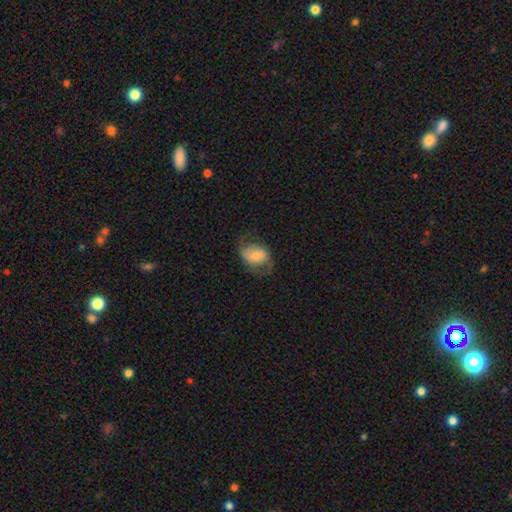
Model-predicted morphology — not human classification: This appears to be a featured or disk galaxy (52%) with a weak bar (43%), spiral arms (84%) and a small central bulge (40%). Merging: none (61%).